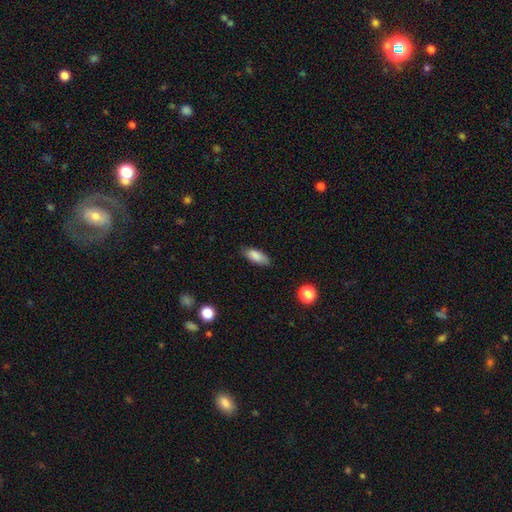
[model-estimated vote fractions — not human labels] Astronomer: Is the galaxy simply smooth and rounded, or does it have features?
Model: smooth — 85%.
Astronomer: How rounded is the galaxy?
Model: in between — 79%.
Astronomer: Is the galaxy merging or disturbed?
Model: none — 81%.